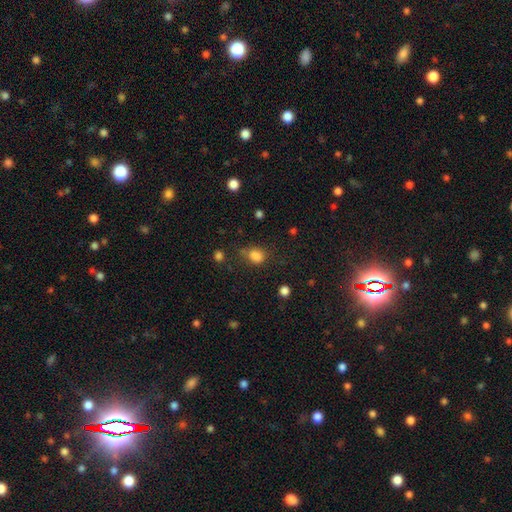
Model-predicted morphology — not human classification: smooth 81%, star or artifact 13%, featured or disk 5%. Down the decision tree: how rounded — round (51%); merging — none (59%).